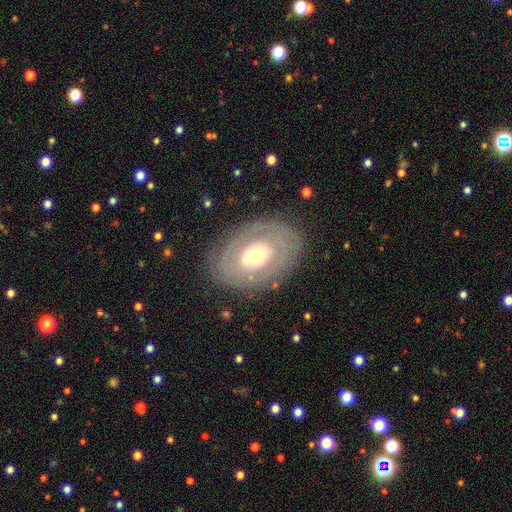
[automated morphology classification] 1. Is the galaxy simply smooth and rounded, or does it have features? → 64% featured or disk, 30% smooth, 6% star or artifact.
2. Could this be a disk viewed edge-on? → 94% no, 6% yes.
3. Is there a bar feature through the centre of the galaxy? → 81% no, 13% weak, 5% strong.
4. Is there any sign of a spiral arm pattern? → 60% no, 40% yes.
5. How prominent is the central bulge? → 49% moderate, 32% small, 15% large, 3% dominant, 1% none.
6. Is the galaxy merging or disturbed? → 79% none, 13% minor disturbance, 6% major disturbance, 2% merger.